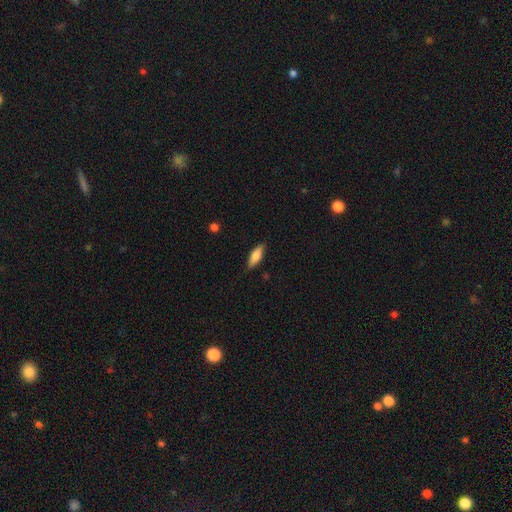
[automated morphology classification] smooth_or_featured: smooth (p=0.69) [alt: featured or disk p=0.24]
how_rounded: in between (p=0.58) [alt: cigar-shaped p=0.40]
merging: none (p=0.85) [alt: minor disturbance p=0.12]